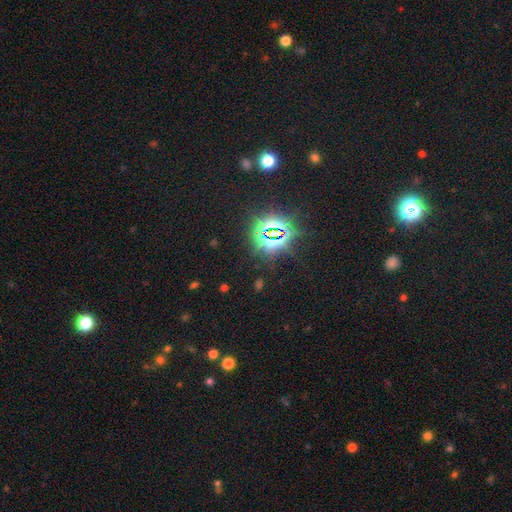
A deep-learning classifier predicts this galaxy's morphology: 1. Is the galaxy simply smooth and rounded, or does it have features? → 75% star or artifact, 18% smooth, 6% featured or disk.